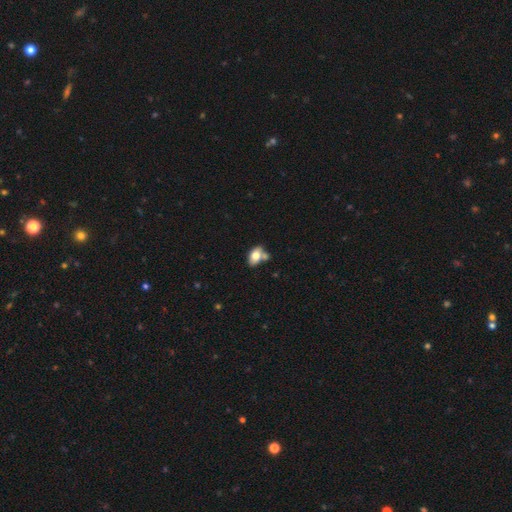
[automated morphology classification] type=smooth (74%); roundness=in between (87%); merging=none (48%).